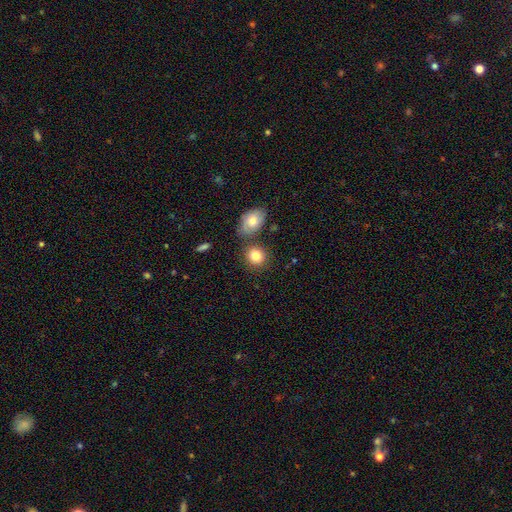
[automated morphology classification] This appears to be a smooth galaxy with no disk features (83%) that is round (70%). Merging: none (71%).